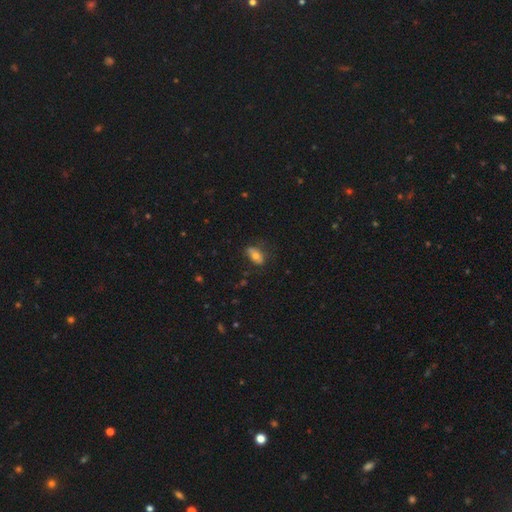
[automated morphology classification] This is likely a smooth galaxy (67%). How rounded: clearly in between (87%). Merging: likely none (65%).